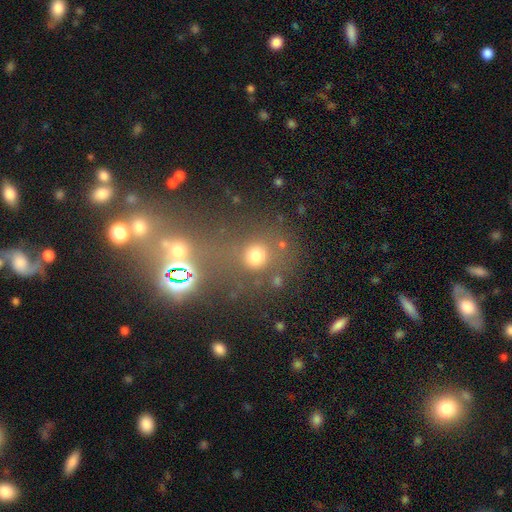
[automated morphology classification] A smooth galaxy with no disk features (68%) that is round (83%). Merging: none (61%).